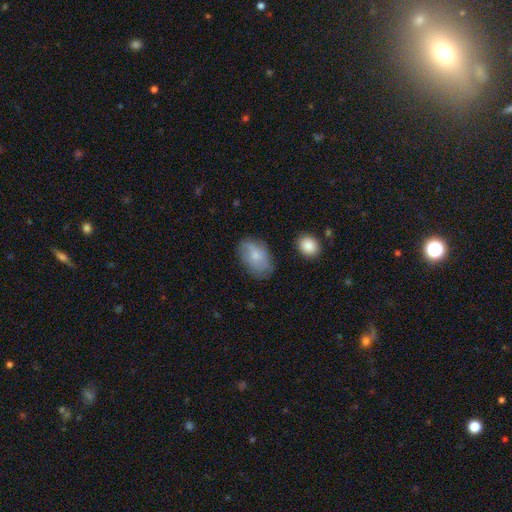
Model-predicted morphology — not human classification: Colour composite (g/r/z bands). It shows a smooth galaxy with no disk features (64%) that is in between round and cigar-shaped (88%). Merging: none (66%).